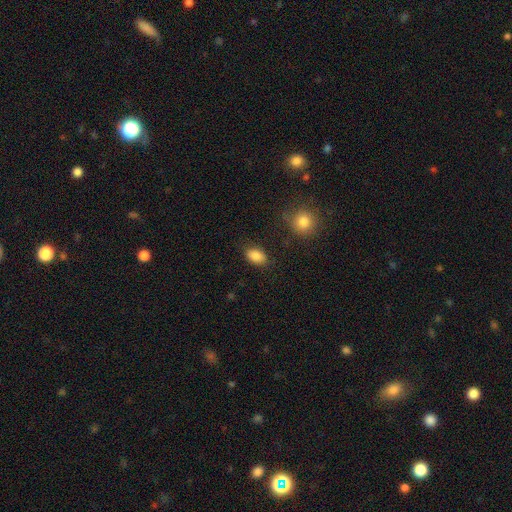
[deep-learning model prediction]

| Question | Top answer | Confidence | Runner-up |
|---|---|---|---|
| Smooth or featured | smooth | 87% | star or artifact (8%) |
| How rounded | in between | 87% | round (12%) |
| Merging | none | 83% | minor disturbance (12%) |